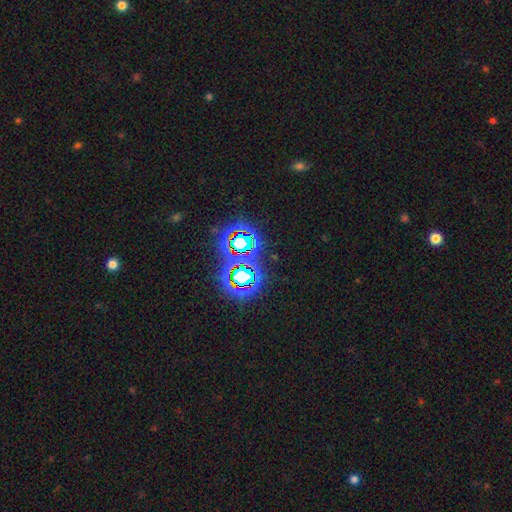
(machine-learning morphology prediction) A star or artifact, not a galaxy (79%).

Vote fractions:
- Smooth or featured? star or artifact: 79% / smooth: 13% / featured or disk: 8%